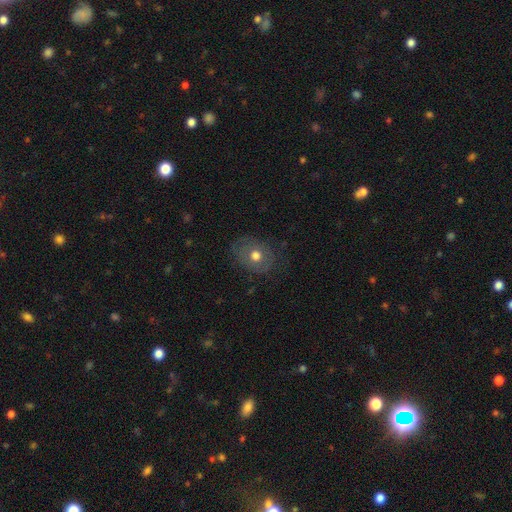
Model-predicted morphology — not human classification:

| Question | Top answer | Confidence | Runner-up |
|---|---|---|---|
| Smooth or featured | smooth | 60% | featured or disk (31%) |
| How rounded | round | 55% | in between (44%) |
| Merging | none | 73% | minor disturbance (17%) |